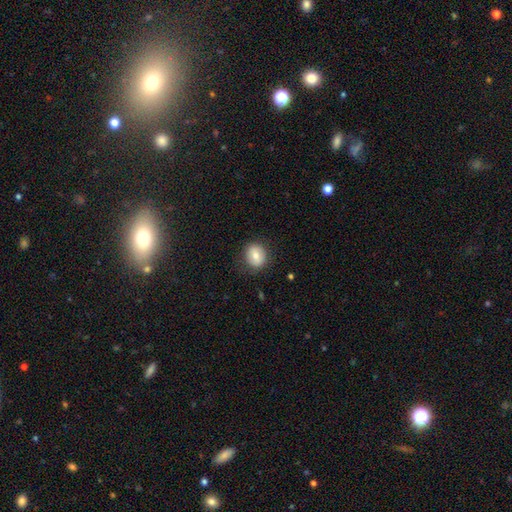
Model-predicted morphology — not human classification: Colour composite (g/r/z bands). It shows a smooth galaxy with no disk features (75%) that is round (66%). Merging: none (83%).